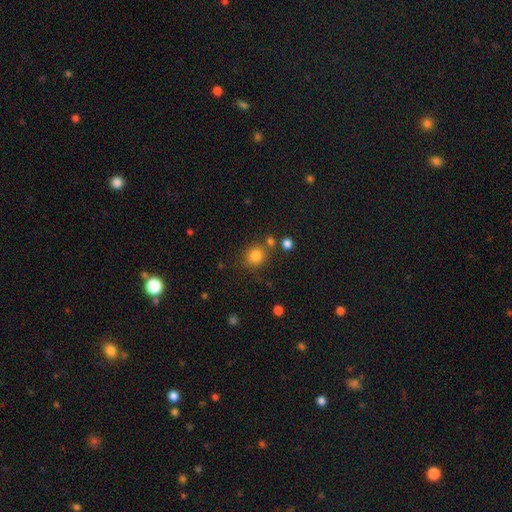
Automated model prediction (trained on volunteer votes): Smooth or featured: smooth — 81% (star or artifact — 12%)
How rounded: round — 79% (in between — 20%)
Merging: none — 76% (minor disturbance — 11%)